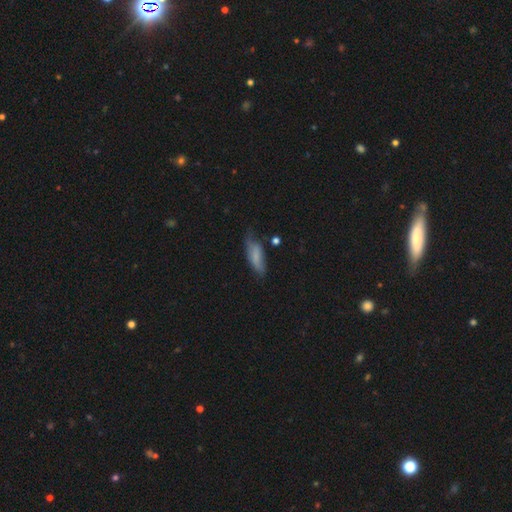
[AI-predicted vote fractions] smooth-or-featured: smooth: 71% | featured or disk: 21% | star or artifact: 8%
  how-rounded: in between: 63% | cigar-shaped: 35% | round: 2%
  merging: none: 46% | minor disturbance: 36% | major disturbance: 14% | merger: 4%